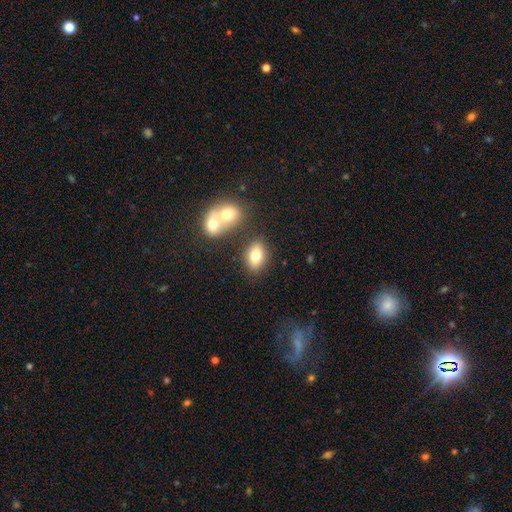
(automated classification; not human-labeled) smooth_or_featured: smooth (p=0.78) [alt: featured or disk p=0.12]
how_rounded: in between (p=0.81) [alt: round p=0.17]
merging: none (p=0.74) [alt: merger p=0.13]